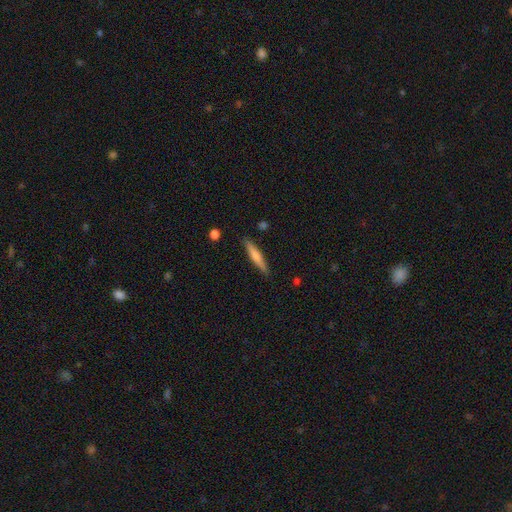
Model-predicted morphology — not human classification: This appears to be a smooth galaxy with no disk features (60%) that is cigar-shaped (92%). Merging: none (89%).